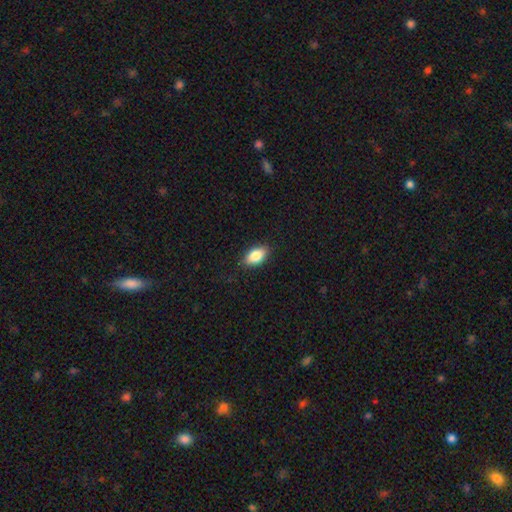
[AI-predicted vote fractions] Q: Smooth or featured?
A: smooth (84%); runner-up: featured or disk (9%)
Q: How rounded?
A: in between (91%); runner-up: round (6%)
Q: Merging?
A: none (87%); runner-up: minor disturbance (10%)